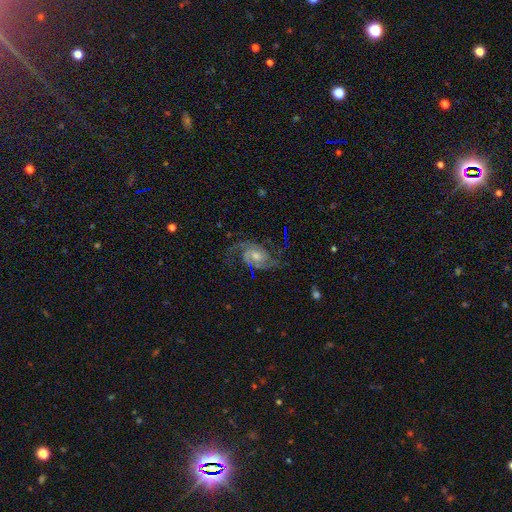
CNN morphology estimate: smooth_or_featured: featured or disk (p=0.88) [alt: star or artifact p=0.07]
disk_edge_on: no (p=0.97) [alt: yes p=0.03]
bar: no (p=0.55) [alt: weak p=0.36]
has_spiral_arms: yes (p=0.98) [alt: no p=0.02]
spiral_winding: medium (p=0.53) [alt: tight p=0.28]
spiral_arm_count: 2 (p=0.59) [alt: 3 p=0.21]
bulge_size: moderate (p=0.54) [alt: small p=0.38]
merging: none (p=0.72) [alt: minor disturbance p=0.16]